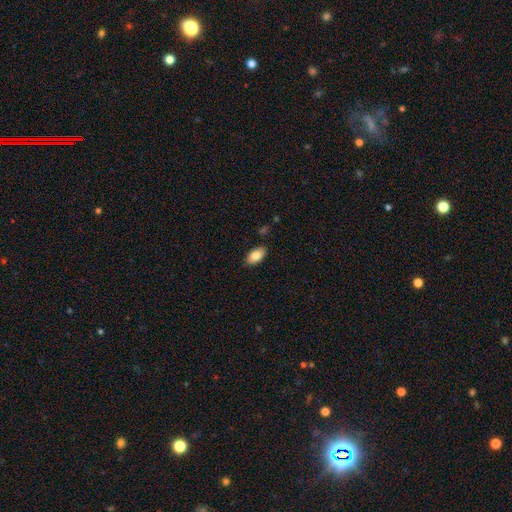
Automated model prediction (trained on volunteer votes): Smooth or featured: smooth — 83% (featured or disk — 10%)
How rounded: in between — 93% (round — 4%)
Merging: none — 87% (minor disturbance — 10%)